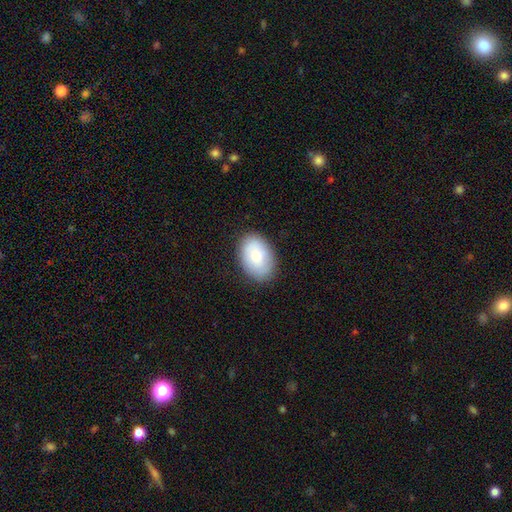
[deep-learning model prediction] This is clearly a smooth galaxy (81%). How rounded: clearly in between (88%). Merging: clearly none (86%).